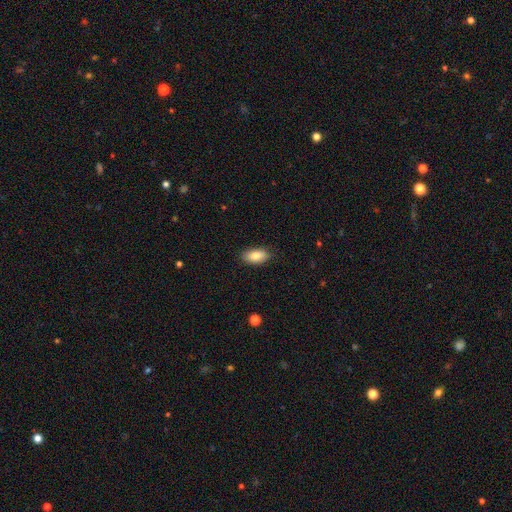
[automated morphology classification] Q: Smooth or featured?
A: smooth (82%); runner-up: featured or disk (11%)
Q: How rounded?
A: in between (92%); runner-up: round (4%)
Q: Merging?
A: none (87%); runner-up: minor disturbance (10%)